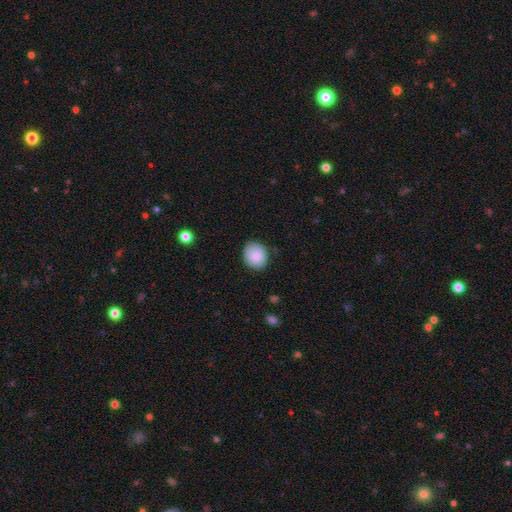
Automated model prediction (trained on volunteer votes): smooth_or_featured: smooth (p=0.86) [alt: star or artifact p=0.07]
how_rounded: round (p=0.66) [alt: in between p=0.33]
merging: none (p=0.82) [alt: minor disturbance p=0.15]